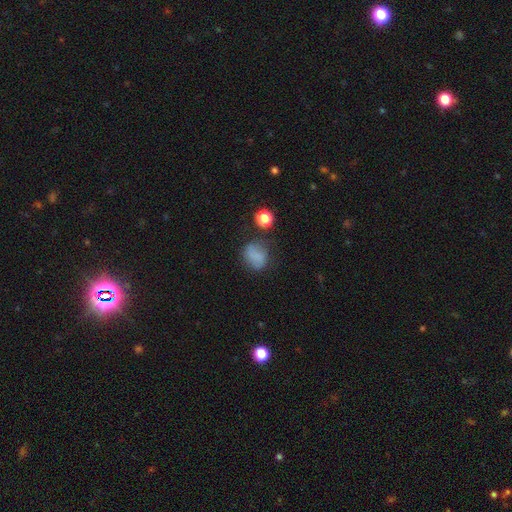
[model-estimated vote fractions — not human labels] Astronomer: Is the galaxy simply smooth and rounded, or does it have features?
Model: smooth — 72%.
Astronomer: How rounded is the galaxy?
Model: round — 59% (runner-up: in between, 39%).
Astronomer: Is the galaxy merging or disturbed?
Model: none — 60%.